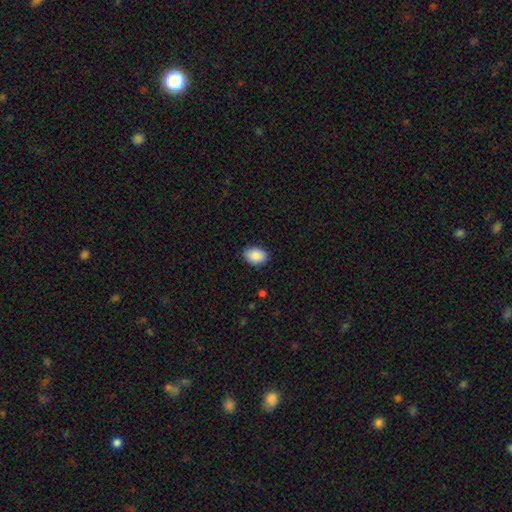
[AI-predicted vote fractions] Smooth or featured?
  - smooth: 90% *
  - star or artifact: 7%
  - featured or disk: 3%
How rounded?
  - in between: 86% *
  - round: 13%
  - cigar-shaped: 1%
Merging?
  - none: 87% *
  - minor disturbance: 10%
  - major disturbance: 2%
  - merger: 1%